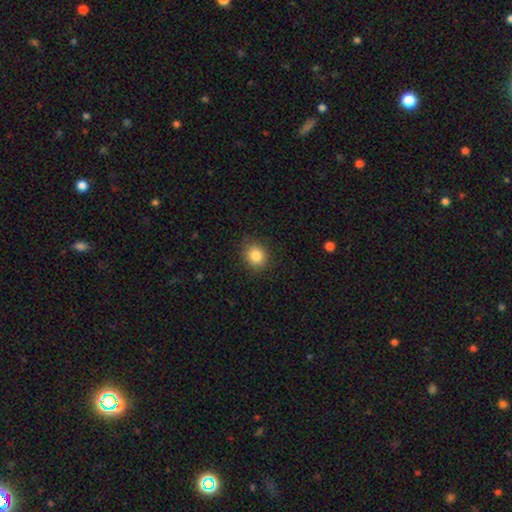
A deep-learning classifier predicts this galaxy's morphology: Smooth or featured? smooth (84%)
How rounded? round (72%)
Merging? none (87%)